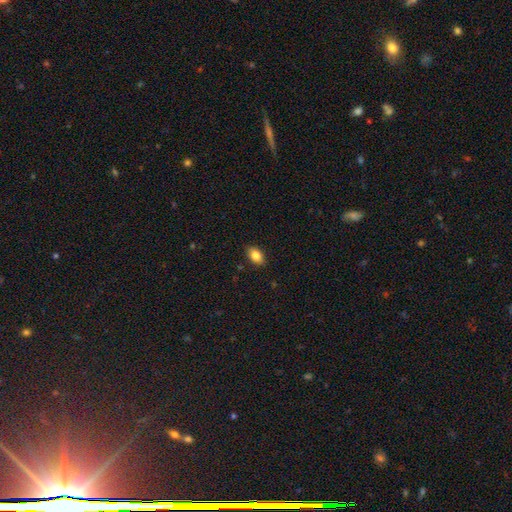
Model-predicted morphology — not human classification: The model was most divided on "smooth or featured": smooth: 83%, featured or disk: 9%, star or artifact: 8%. More confident: how rounded — in between (87%); merging — none (87%).